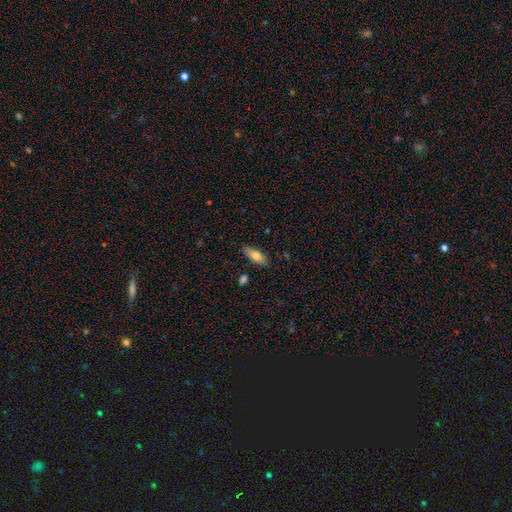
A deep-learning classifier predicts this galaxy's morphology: type=smooth (73%); roundness=in between (71%); merging=none (85%).